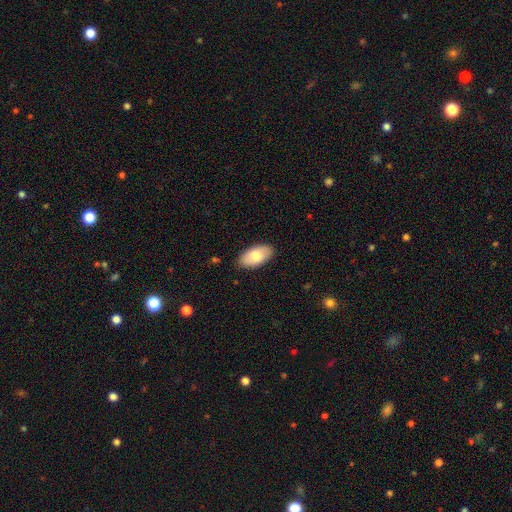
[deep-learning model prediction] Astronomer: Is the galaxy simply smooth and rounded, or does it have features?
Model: smooth — 76%.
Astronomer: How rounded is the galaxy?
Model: in between — 95%.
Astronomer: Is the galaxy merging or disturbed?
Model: none — 86%.